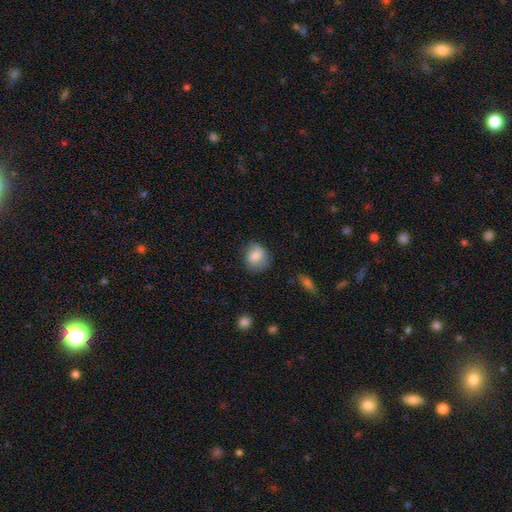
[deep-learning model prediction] Smooth or featured: smooth — 80% (featured or disk — 13%)
How rounded: round — 65% (in between — 34%)
Merging: none — 70% (minor disturbance — 23%)